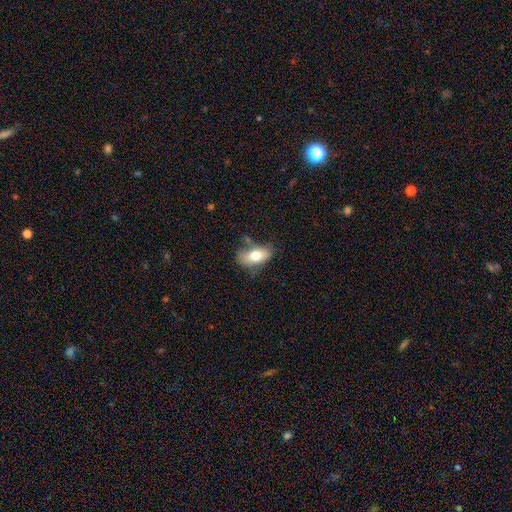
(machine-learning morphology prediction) Overall: smooth (73%). How rounded: in between (90%). Merging: none (63%; minor disturbance 25%).